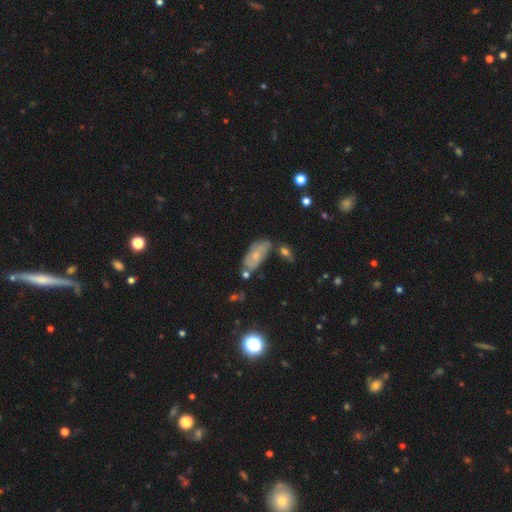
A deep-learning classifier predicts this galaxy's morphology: smooth-or-featured: smooth: 45% | featured or disk: 44% | star or artifact: 11%
  merging: none: 54% | minor disturbance: 24% | merger: 15% | major disturbance: 8%